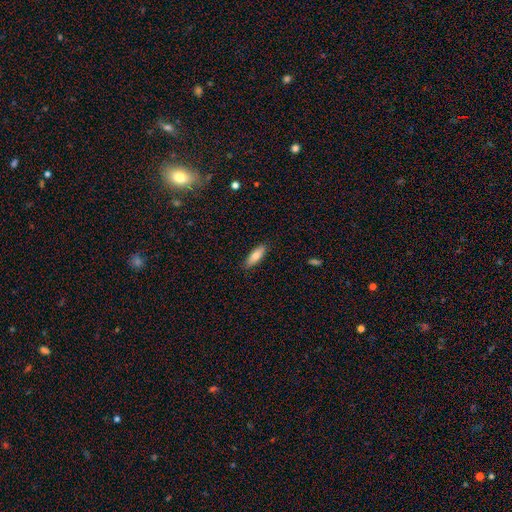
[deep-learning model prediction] This is likely a smooth galaxy (78%). How rounded: likely in between (63%). Merging: clearly none (86%).